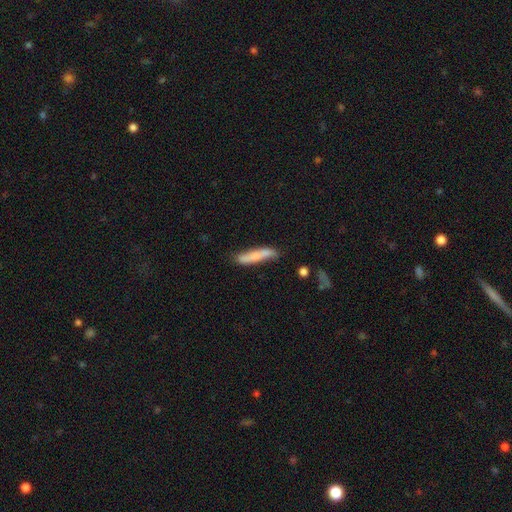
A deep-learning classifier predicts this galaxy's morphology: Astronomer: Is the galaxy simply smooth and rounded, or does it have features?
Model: smooth — 64%.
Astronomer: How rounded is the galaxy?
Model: cigar-shaped — 87%.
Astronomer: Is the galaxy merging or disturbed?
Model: none — 69%.